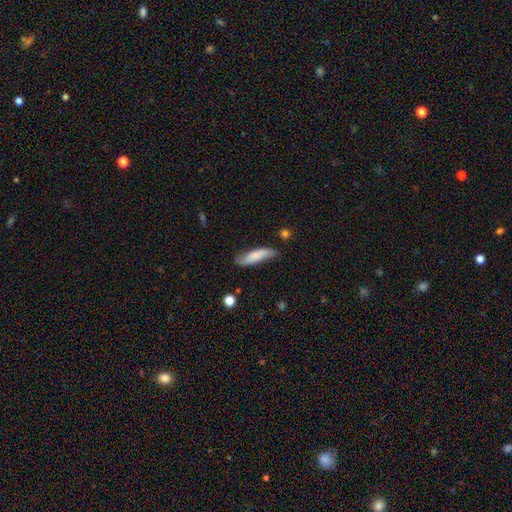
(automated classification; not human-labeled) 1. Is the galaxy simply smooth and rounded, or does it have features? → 75% smooth, 19% featured or disk, 6% star or artifact.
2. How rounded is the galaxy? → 65% cigar-shaped, 33% in between, 2% round.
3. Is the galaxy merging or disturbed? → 66% none, 26% minor disturbance, 5% major disturbance, 3% merger.